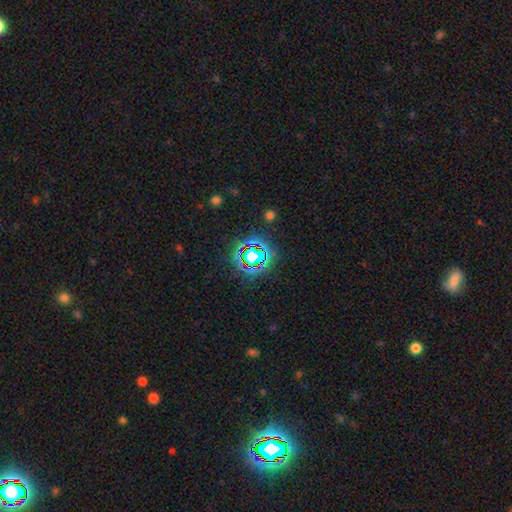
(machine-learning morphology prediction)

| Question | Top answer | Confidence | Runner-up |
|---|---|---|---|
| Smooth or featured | star or artifact | 75% | smooth (15%) |